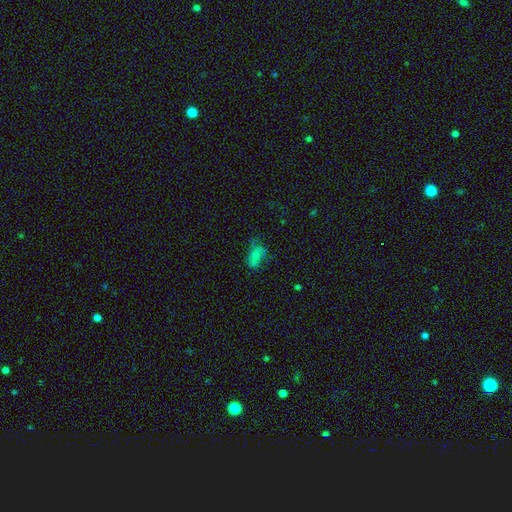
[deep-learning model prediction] smooth_or_featured: smooth (p=0.63) [alt: featured or disk p=0.23]
how_rounded: in between (p=0.86) [alt: round p=0.10]
merging: none (p=0.40) [alt: minor disturbance p=0.30]